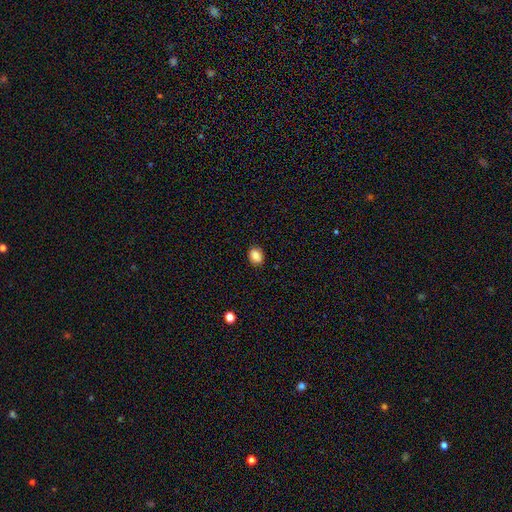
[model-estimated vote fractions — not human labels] A smooth galaxy with no disk features (86%) that is in between round and cigar-shaped (64%).

Vote fractions:
- Smooth or featured? smooth: 86% / star or artifact: 9% / featured or disk: 5%
- How rounded? in between: 64% / round: 35% / cigar-shaped: 1%
- Merging? none: 85% / minor disturbance: 11% / major disturbance: 2% / merger: 1%